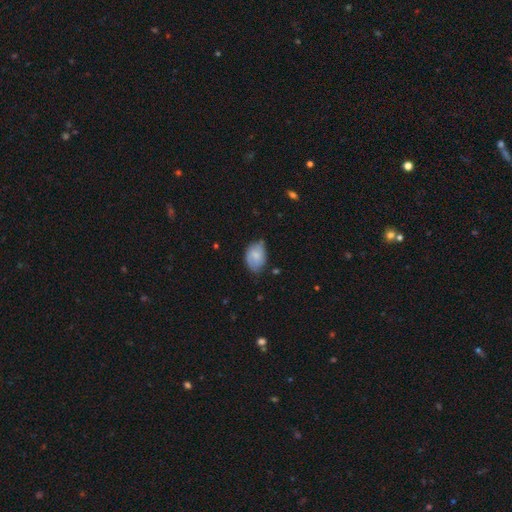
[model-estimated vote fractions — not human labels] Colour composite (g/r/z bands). It shows a smooth galaxy with no disk features (67%) that is in between round and cigar-shaped (81%). Merging: none (52%).